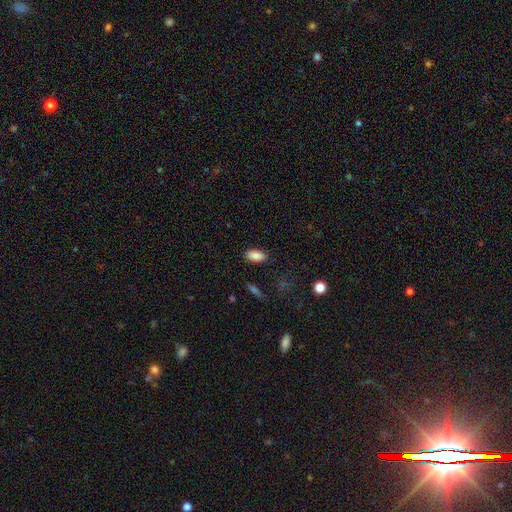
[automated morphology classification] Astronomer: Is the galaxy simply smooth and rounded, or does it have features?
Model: smooth — 87%.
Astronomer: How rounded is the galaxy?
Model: in between — 91%.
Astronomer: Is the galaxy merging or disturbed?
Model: none — 87%.